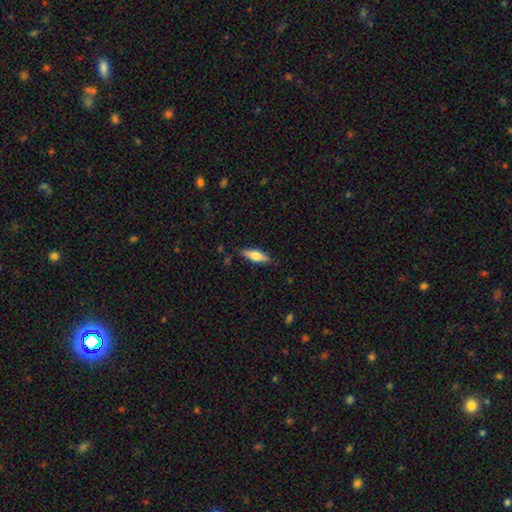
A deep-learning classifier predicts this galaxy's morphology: A smooth galaxy with no disk features (63%) that is in between round and cigar-shaped (52%).

Vote fractions:
- Smooth or featured? smooth: 63% / featured or disk: 30% / star or artifact: 6%
- How rounded? in between: 52% / cigar-shaped: 46% / round: 2%
- Merging? none: 86% / minor disturbance: 11% / major disturbance: 2% / merger: 1%